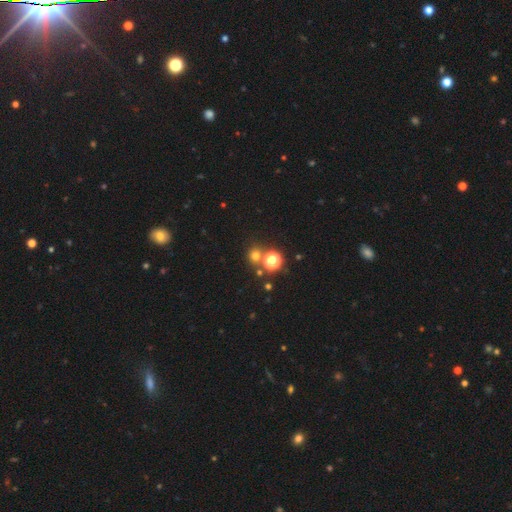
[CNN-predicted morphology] Smooth or featured? smooth (66%)
How rounded? round (87%)
Merging? none (72%)